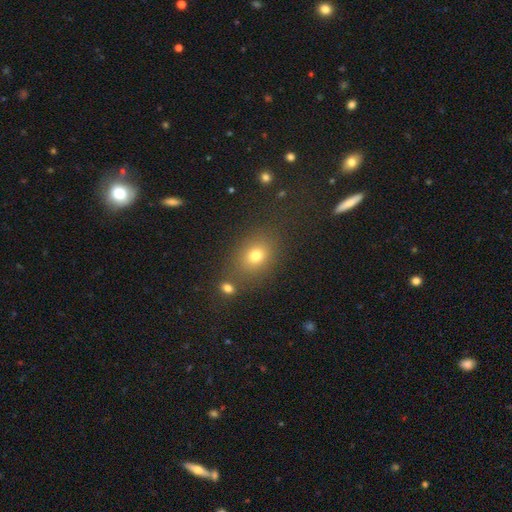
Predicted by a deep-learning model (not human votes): Overall: smooth (74%). How rounded: in between (56%; round 42%). Merging: none (75%).